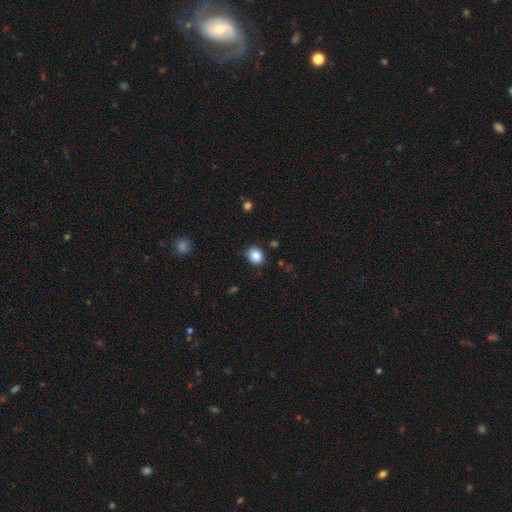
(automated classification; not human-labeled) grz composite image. It shows a smooth galaxy with no disk features (85%) that is round (73%). Merging: none (77%).